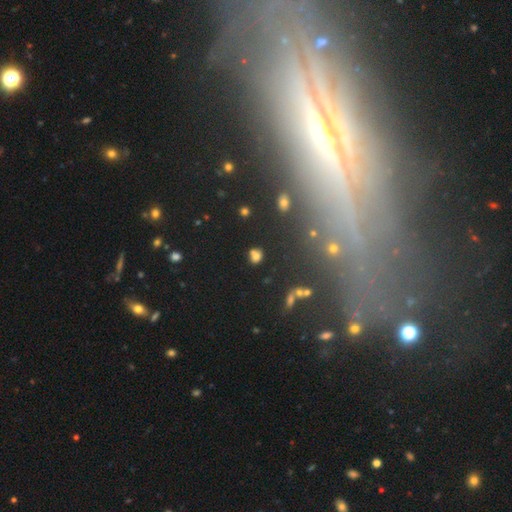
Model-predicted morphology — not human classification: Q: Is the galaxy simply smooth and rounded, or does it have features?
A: smooth — 71%.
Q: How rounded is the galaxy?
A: round — 52%.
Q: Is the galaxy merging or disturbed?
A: none — 61%.